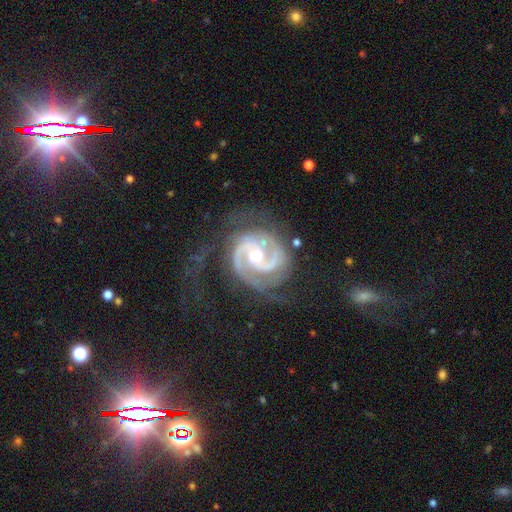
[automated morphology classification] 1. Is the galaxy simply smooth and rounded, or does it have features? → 93% featured or disk, 4% star or artifact, 3% smooth.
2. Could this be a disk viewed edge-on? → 98% no, 2% yes.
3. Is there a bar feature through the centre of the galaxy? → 43% no, 40% weak, 17% strong.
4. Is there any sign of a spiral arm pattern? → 98% yes, 2% no.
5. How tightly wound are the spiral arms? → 46% medium, 45% tight, 9% loose.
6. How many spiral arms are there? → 83% 2, 7% 3, 4% can't tell, 2% 1, 2% 4, 2% more than 4.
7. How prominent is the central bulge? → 67% moderate, 24% small, 6% large, 1% none, 1% dominant.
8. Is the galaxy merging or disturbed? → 61% none, 20% minor disturbance, 17% major disturbance, 2% merger.